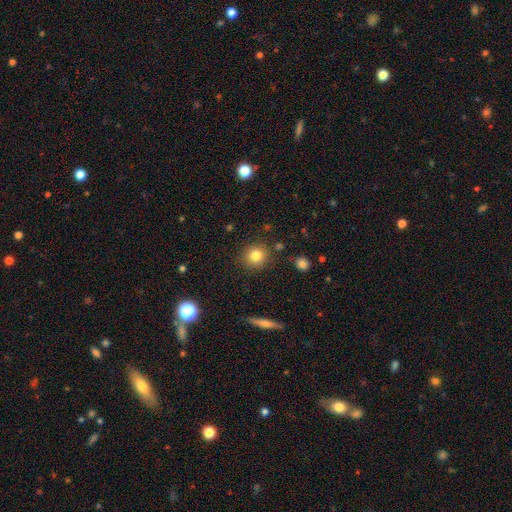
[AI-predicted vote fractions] This is clearly a smooth galaxy (82%). How rounded: clearly round (87%). Merging: clearly none (85%).